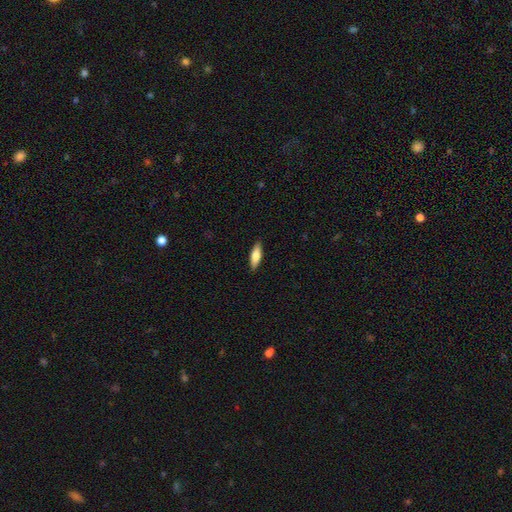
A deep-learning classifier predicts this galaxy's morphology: smooth-or-featured: smooth: 75% | featured or disk: 19% | star or artifact: 6%
  how-rounded: in between: 53% | cigar-shaped: 45% | round: 2%
  merging: none: 88% | minor disturbance: 9% | major disturbance: 2% | merger: 1%